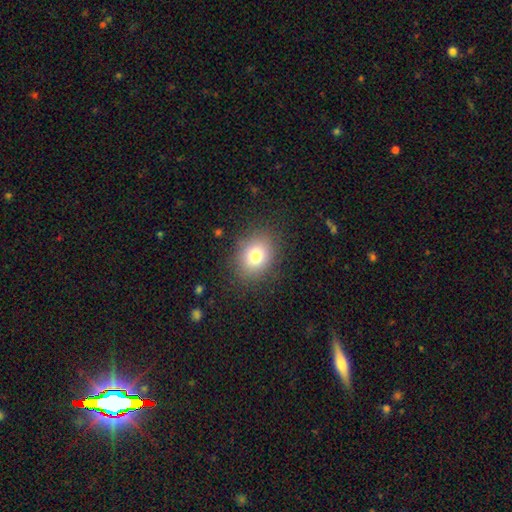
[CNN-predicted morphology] This is likely a smooth galaxy (77%). How rounded: possibly round (56%). Merging: clearly none (84%).